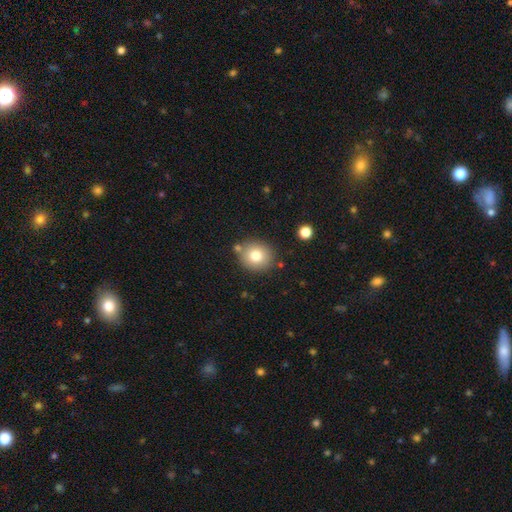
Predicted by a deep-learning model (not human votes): Morphology: type=smooth (78%); roundness=round (83%); merging=none (80%).